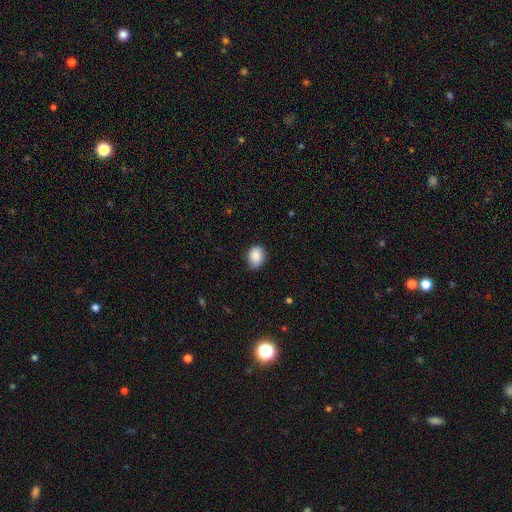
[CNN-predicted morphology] The model was most divided on "how rounded": in between: 62%, round: 37%, cigar-shaped: 1%. More confident: smooth or featured — smooth (87%); merging — none (73%).